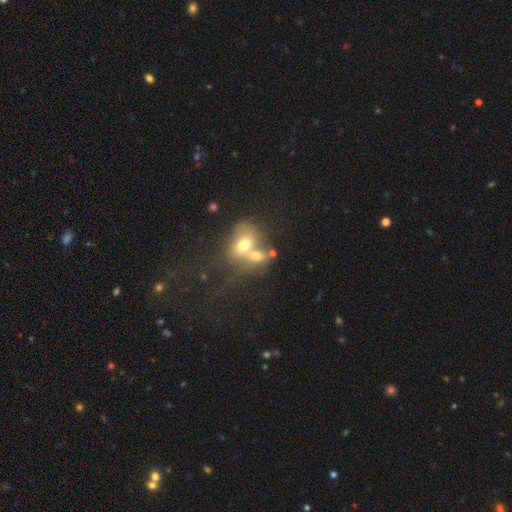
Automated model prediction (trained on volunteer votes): Morphology: type=smooth (63%); roundness=in between (68%); merging=merger (69%).